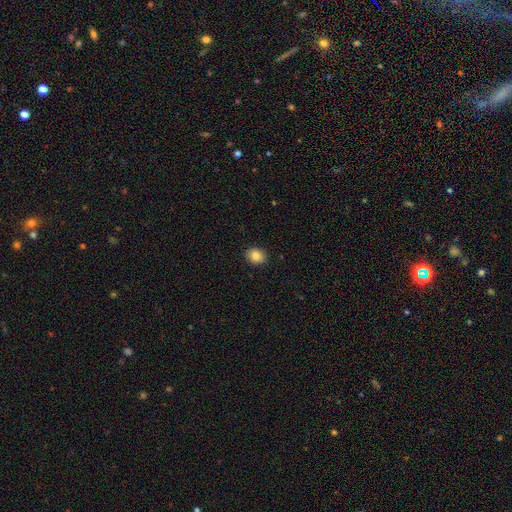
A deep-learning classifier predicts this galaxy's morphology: smooth 84%, star or artifact 9%, featured or disk 7%. Down the decision tree: how rounded — round (55%); merging — none (90%).